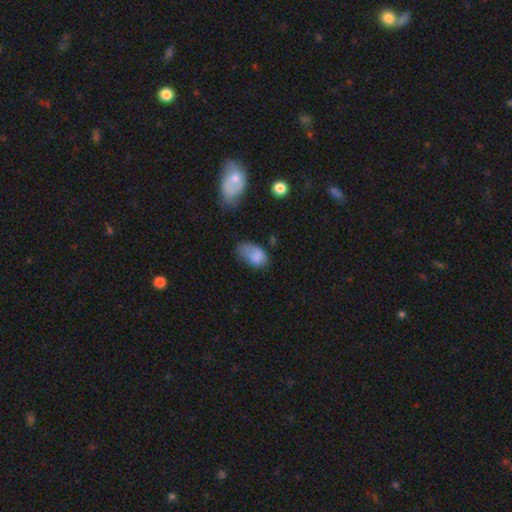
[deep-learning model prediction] This is likely a smooth galaxy (77%). How rounded: clearly in between (91%). Merging: marginally minor disturbance (37%).